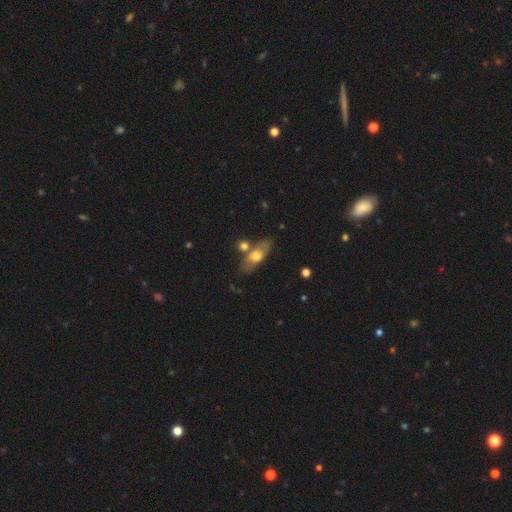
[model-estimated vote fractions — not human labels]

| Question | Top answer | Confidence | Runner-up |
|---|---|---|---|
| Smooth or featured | smooth | 59% | featured or disk (34%) |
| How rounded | in between | 71% | cigar-shaped (23%) |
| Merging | none | 62% | merger (17%) |